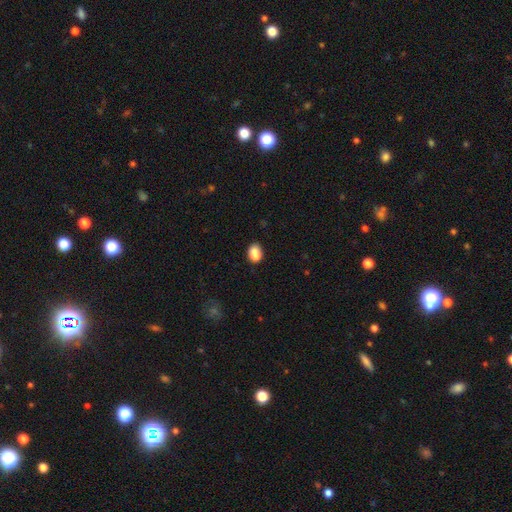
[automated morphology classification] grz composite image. It shows a smooth galaxy with no disk features (81%) that is in between round and cigar-shaped (70%). Merging: none (57%).